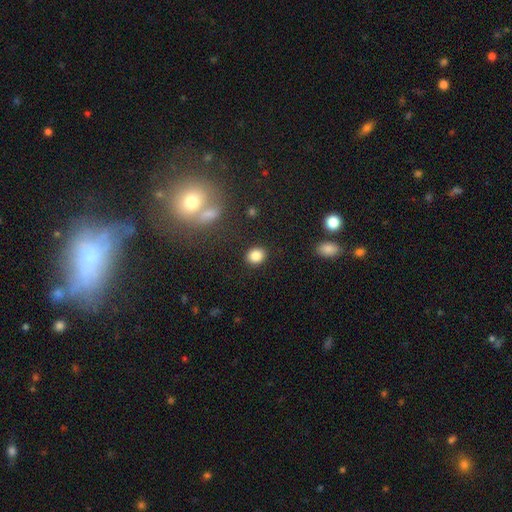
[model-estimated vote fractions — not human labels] This is clearly a smooth galaxy (84%). How rounded: likely round (63%). Merging: clearly none (87%).